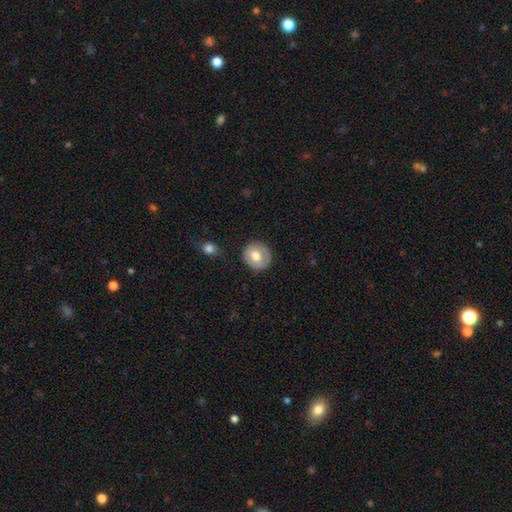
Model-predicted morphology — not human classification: A smooth galaxy with no disk features (68%) that is round (84%).

Vote fractions:
- Smooth or featured? smooth: 68% / featured or disk: 25% / star or artifact: 7%
- How rounded? round: 84% / in between: 15% / cigar-shaped: 1%
- Merging? none: 82% / minor disturbance: 13% / major disturbance: 3% / merger: 2%